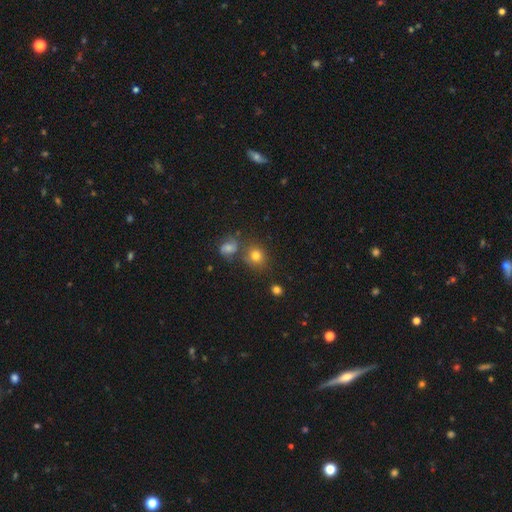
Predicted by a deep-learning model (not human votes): Smooth or featured? Predicted: smooth (p=0.75). How rounded? Predicted: round (p=0.76). Merging? Predicted: none (p=0.64).